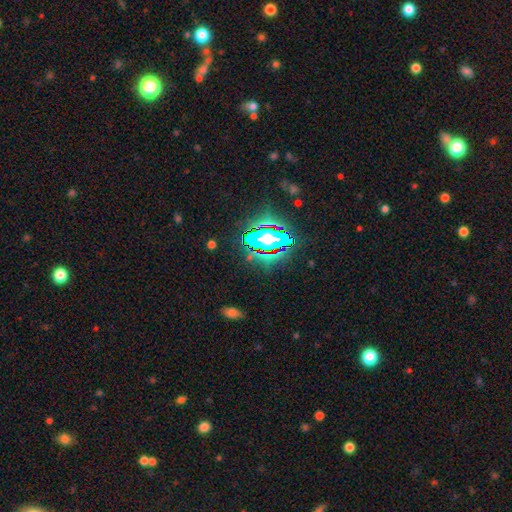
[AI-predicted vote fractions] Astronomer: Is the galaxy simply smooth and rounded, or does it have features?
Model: star or artifact — 83%.